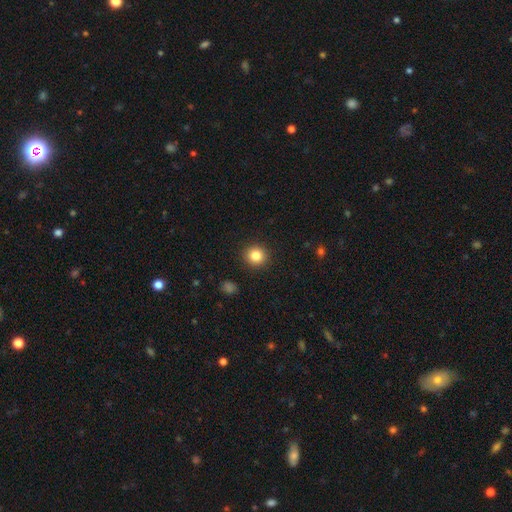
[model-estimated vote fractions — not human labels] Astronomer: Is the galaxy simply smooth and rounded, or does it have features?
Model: smooth — 84%.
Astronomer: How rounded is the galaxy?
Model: round — 91%.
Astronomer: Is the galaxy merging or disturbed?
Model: none — 92%.